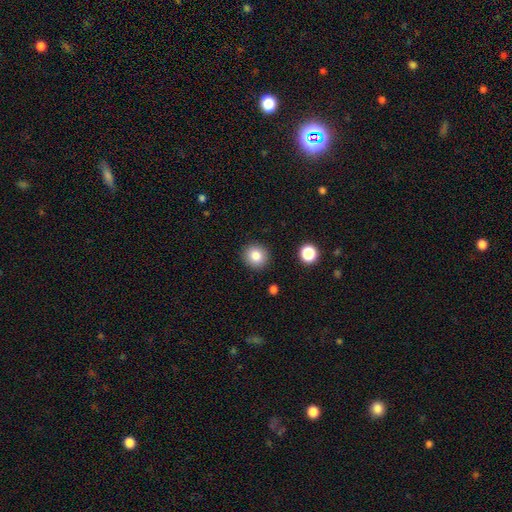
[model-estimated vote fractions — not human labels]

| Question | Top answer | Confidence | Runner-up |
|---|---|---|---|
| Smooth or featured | smooth | 84% | star or artifact (10%) |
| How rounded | round | 90% | in between (9%) |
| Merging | none | 90% | minor disturbance (6%) |